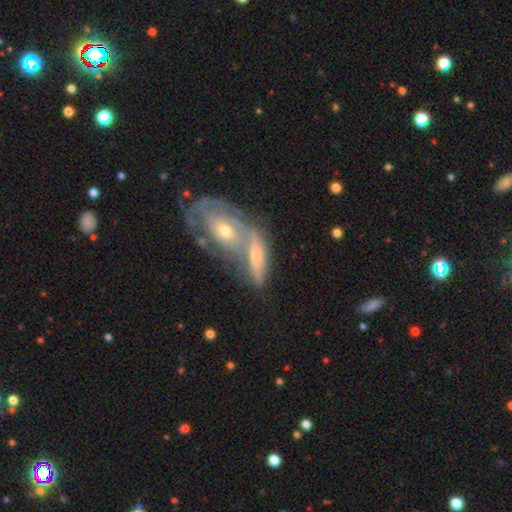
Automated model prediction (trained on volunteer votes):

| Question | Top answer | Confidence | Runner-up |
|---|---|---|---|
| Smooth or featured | featured or disk | 63% | smooth (30%) |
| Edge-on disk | no | 68% | yes (32%) |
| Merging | merger | 52% | none (30%) |